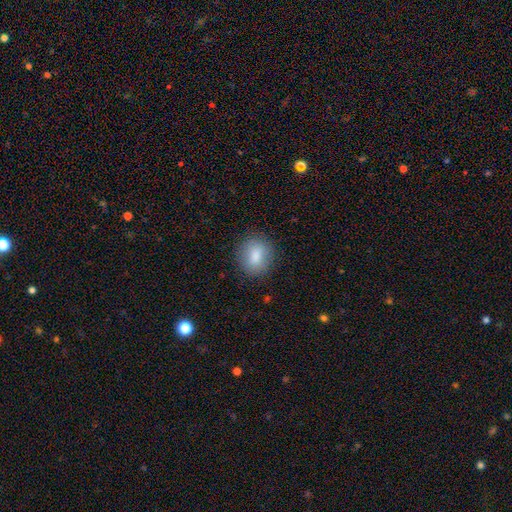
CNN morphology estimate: The model was most divided on "how rounded": round: 68%, in between: 31%, cigar-shaped: 1%. More confident: merging — none (86%); smooth or featured — smooth (84%).